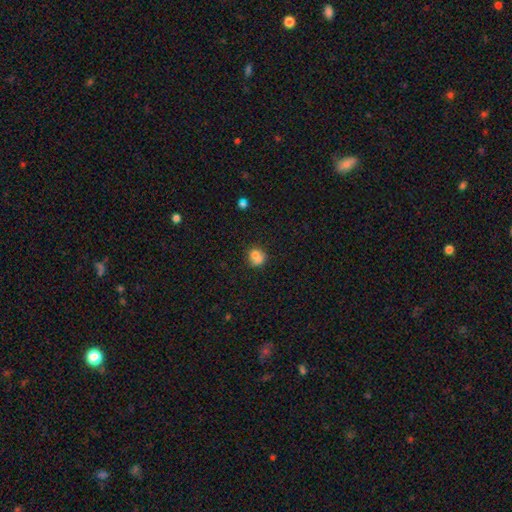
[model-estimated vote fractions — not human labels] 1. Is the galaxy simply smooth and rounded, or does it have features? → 71% smooth, 17% featured or disk, 12% star or artifact.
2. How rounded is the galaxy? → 76% round, 23% in between, 1% cigar-shaped.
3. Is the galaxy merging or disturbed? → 42% none, 37% merger, 15% minor disturbance, 7% major disturbance.